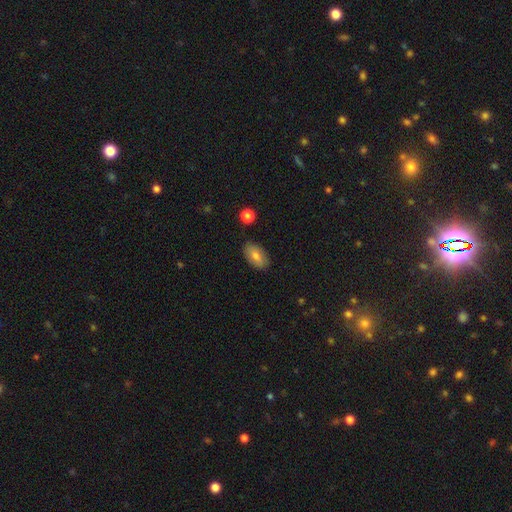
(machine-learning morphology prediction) This is likely a smooth galaxy (75%). How rounded: clearly in between (91%). Merging: clearly none (84%).